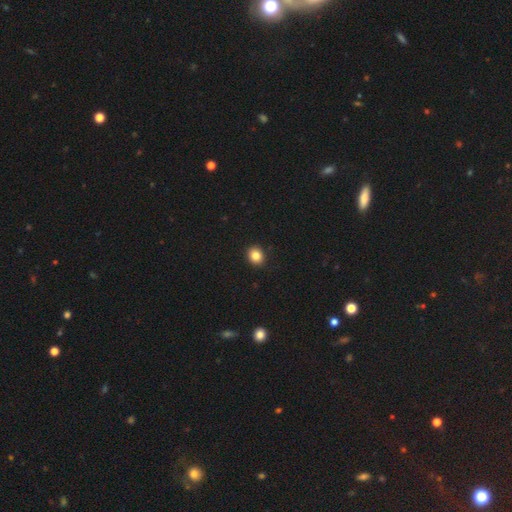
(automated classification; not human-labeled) smooth 84%, star or artifact 10%, featured or disk 6%. Down the decision tree: how rounded — round (70%); merging — none (92%).